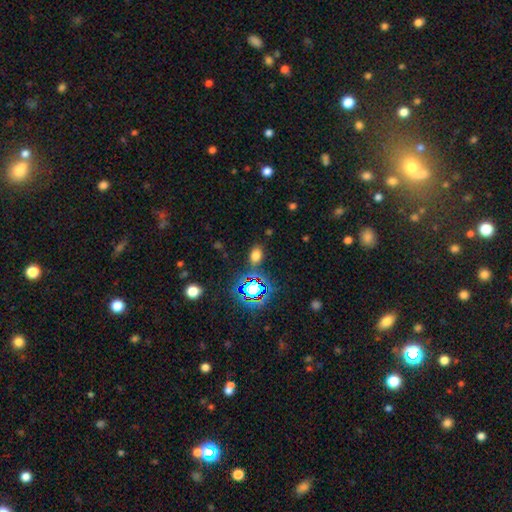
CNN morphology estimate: A smooth galaxy with no disk features (66%) that is in between round and cigar-shaped (76%). Merging: none (80%).